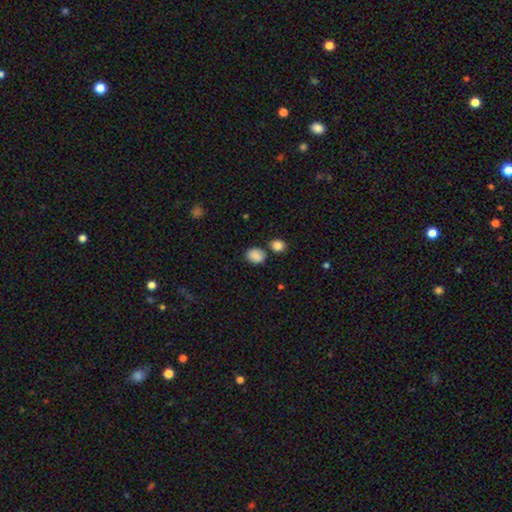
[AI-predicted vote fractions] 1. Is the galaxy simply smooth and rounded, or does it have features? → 87% smooth, 9% star or artifact, 4% featured or disk.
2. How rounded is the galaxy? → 54% in between, 45% round, 1% cigar-shaped.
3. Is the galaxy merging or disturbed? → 72% none, 14% minor disturbance, 11% merger, 4% major disturbance.